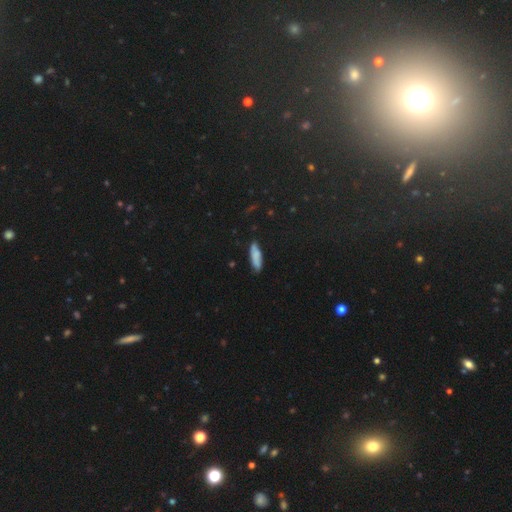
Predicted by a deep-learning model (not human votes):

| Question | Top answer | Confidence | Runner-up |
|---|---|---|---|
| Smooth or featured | smooth | 78% | featured or disk (15%) |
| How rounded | cigar-shaped | 59% | in between (40%) |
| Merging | none | 80% | minor disturbance (16%) |